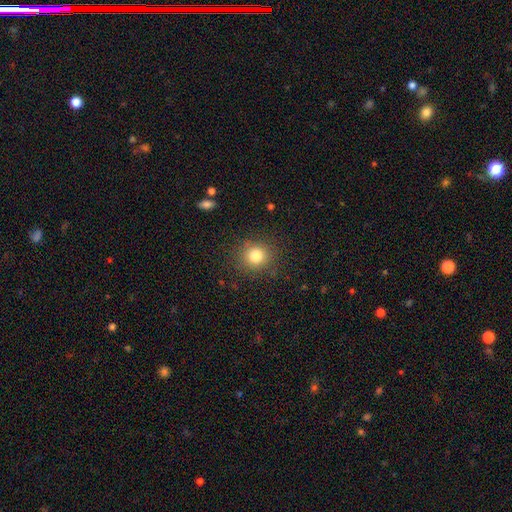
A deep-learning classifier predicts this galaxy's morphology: Overall: smooth (81%). How rounded: round (87%). Merging: none (87%).